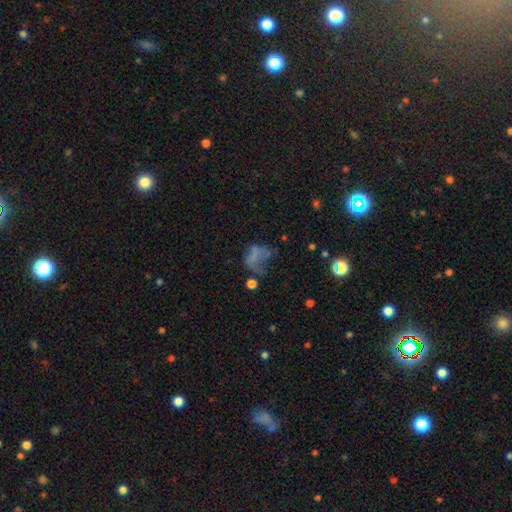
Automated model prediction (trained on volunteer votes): Morphology: type=smooth (53%); roundness=in between (66%); merging=major disturbance (42%).